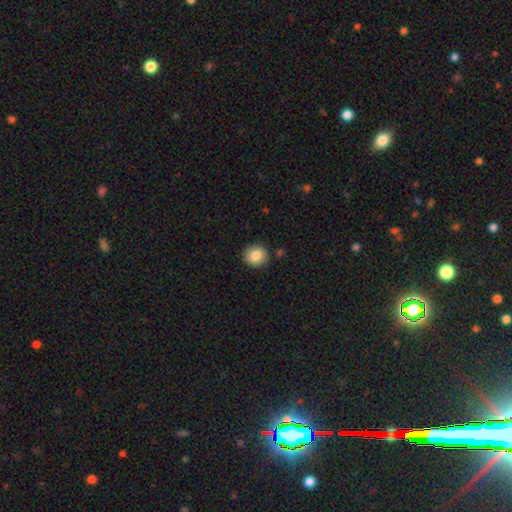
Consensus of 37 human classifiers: This is clearly a smooth galaxy (81%). How rounded: clearly round (93%). Merging: clearly none (80%).